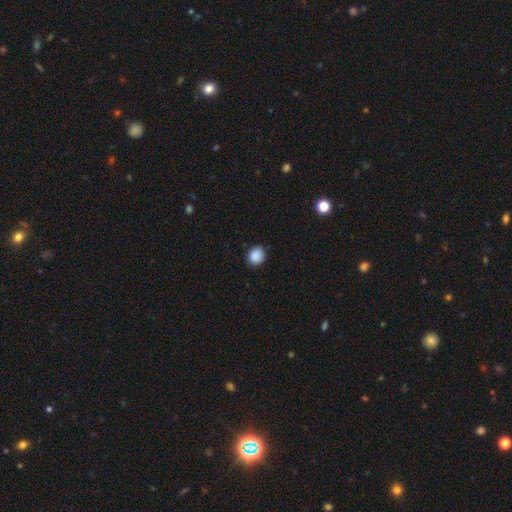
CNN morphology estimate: The model was most divided on "how rounded": round: 74%, in between: 25%, cigar-shaped: 1%. More confident: smooth or featured — smooth (89%); merging — none (87%).